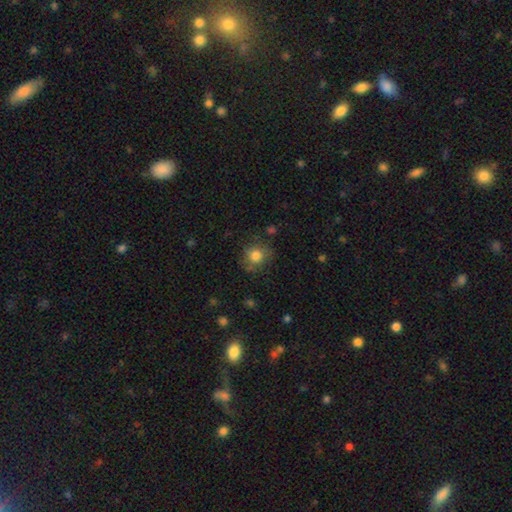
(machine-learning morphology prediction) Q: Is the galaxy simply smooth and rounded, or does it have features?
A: smooth — 80%.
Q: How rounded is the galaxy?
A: round — 87%.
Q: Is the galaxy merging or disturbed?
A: none — 75%.